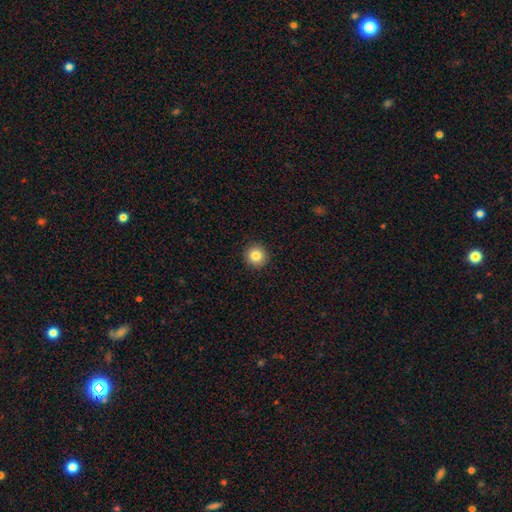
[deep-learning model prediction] This appears to be a smooth galaxy with no disk features (84%) that is round (95%). Merging: none (93%).